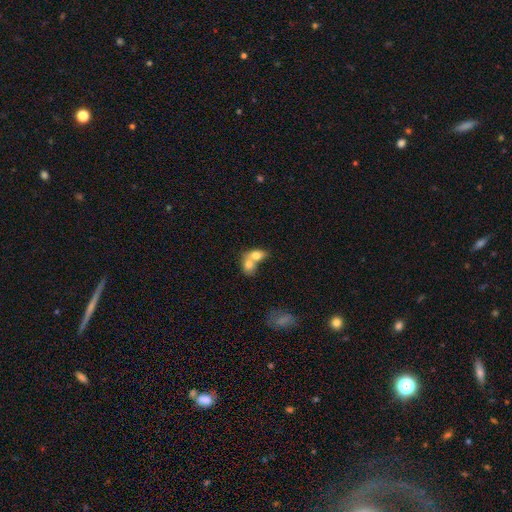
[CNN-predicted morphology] The model was most divided on "how rounded": in between: 68%, round: 30%, cigar-shaped: 2%. More confident: merging — merger (75%); smooth or featured — smooth (73%).